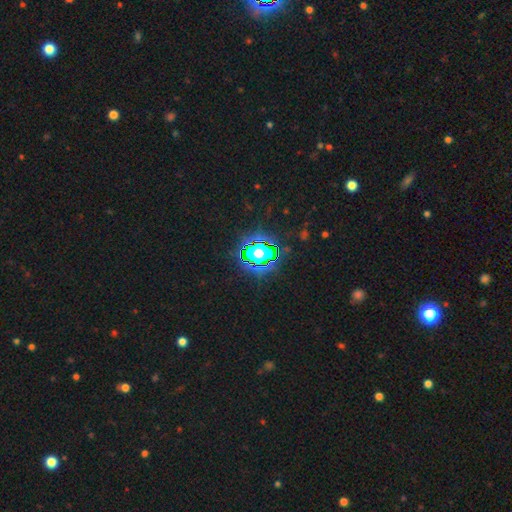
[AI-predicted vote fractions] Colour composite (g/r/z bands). It shows a star or artifact, not a galaxy (83%).